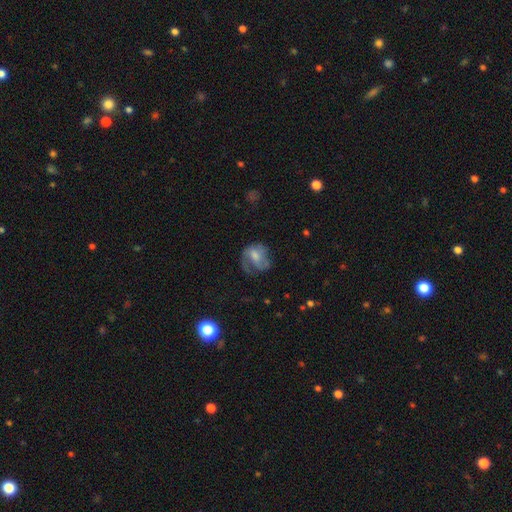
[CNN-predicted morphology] type=featured or disk (47%); merging=none (41%).